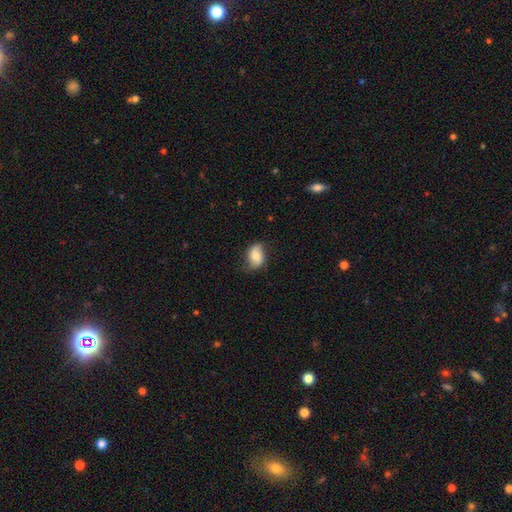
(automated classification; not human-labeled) This appears to be a smooth galaxy with no disk features (66%) that is in between round and cigar-shaped (83%). Merging: none (69%).